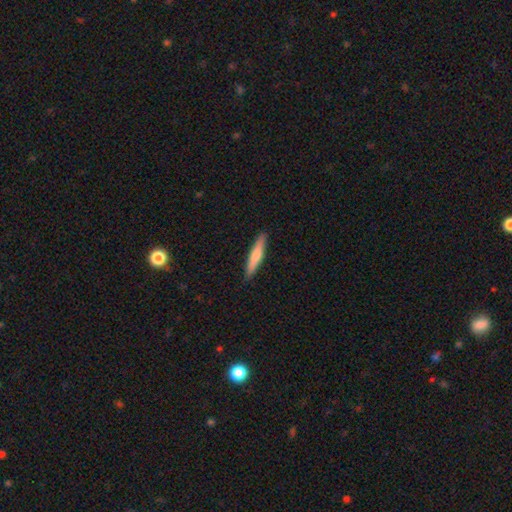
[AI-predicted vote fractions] Smooth or featured? smooth (64%)
How rounded? cigar-shaped (91%)
Merging? none (90%)